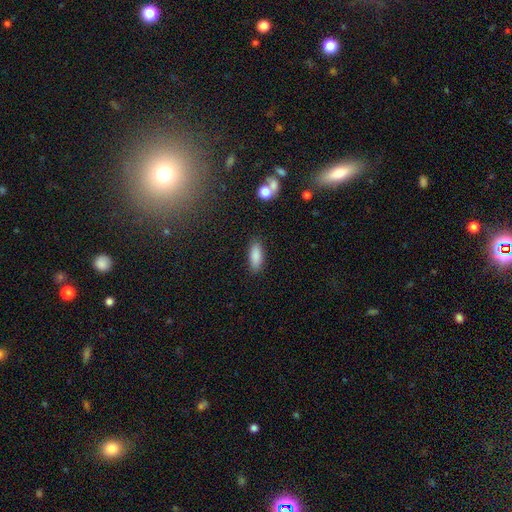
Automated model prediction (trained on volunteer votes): Smooth or featured?
  - smooth: 87% *
  - star or artifact: 7%
  - featured or disk: 5%
How rounded?
  - in between: 75% *
  - cigar-shaped: 23%
  - round: 2%
Merging?
  - none: 86% *
  - minor disturbance: 10%
  - major disturbance: 3%
  - merger: 2%